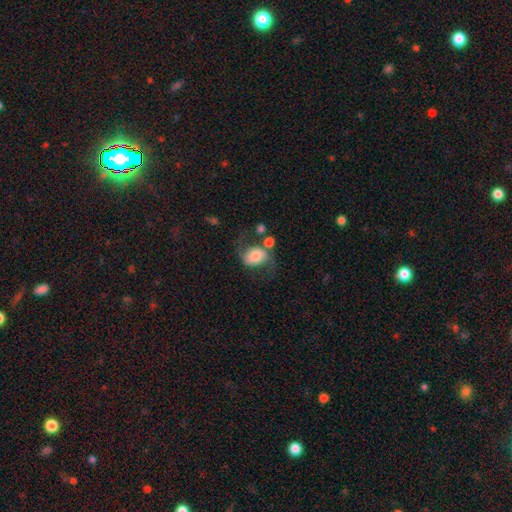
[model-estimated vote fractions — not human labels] The model was most divided on "smooth or featured": smooth: 55%, featured or disk: 36%, star or artifact: 9%. Remaining: how rounded — in between (62%); merging — none (46%).